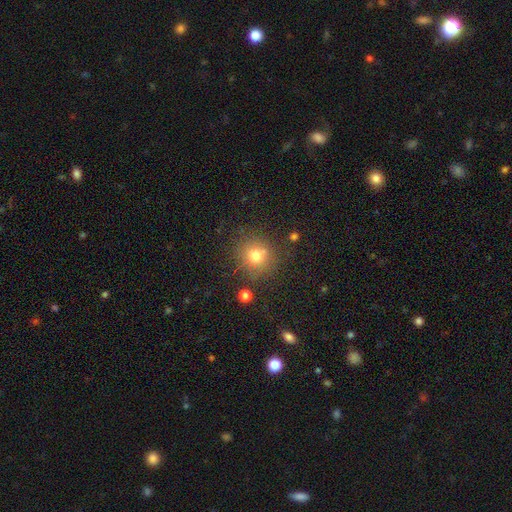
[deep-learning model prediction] smooth-or-featured: smooth: 74% | star or artifact: 16% | featured or disk: 10%
  how-rounded: round: 88% | in between: 11% | cigar-shaped: 1%
  merging: none: 78% | minor disturbance: 12% | merger: 5% | major disturbance: 4%